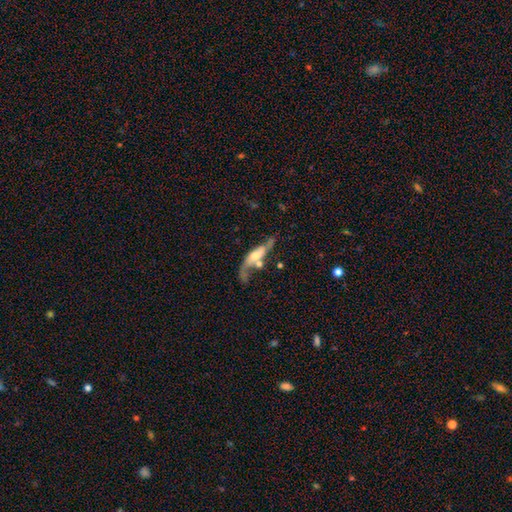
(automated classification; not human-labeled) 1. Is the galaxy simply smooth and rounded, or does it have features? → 69% featured or disk, 24% smooth, 8% star or artifact.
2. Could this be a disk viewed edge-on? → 74% no, 26% yes.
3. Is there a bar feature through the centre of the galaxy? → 55% no, 31% weak, 14% strong.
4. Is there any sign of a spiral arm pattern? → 79% yes, 21% no.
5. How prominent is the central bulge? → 41% moderate, 24% small, 19% large, 14% none, 3% dominant.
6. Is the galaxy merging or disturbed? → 32% none, 29% merger, 23% major disturbance, 16% minor disturbance.